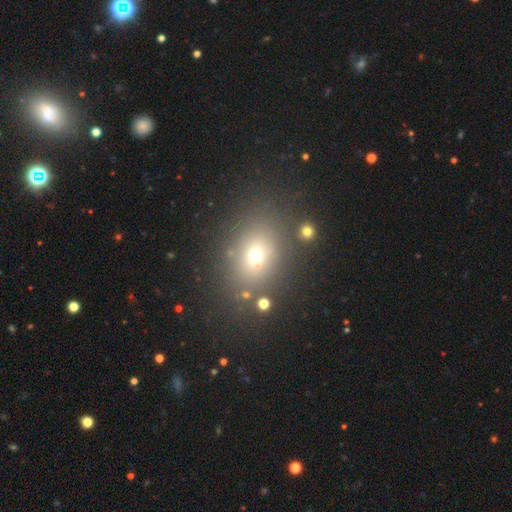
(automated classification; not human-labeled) Q: Smooth or featured?
A: smooth (62%); runner-up: star or artifact (24%)
Q: How rounded?
A: in between (52%); runner-up: round (46%)
Q: Merging?
A: none (78%); runner-up: minor disturbance (11%)